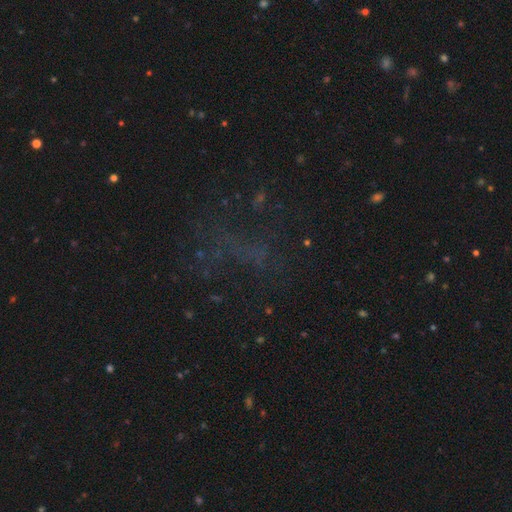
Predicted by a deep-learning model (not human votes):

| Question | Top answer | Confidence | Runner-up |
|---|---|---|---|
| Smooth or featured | star or artifact | 56% | smooth (23%) |